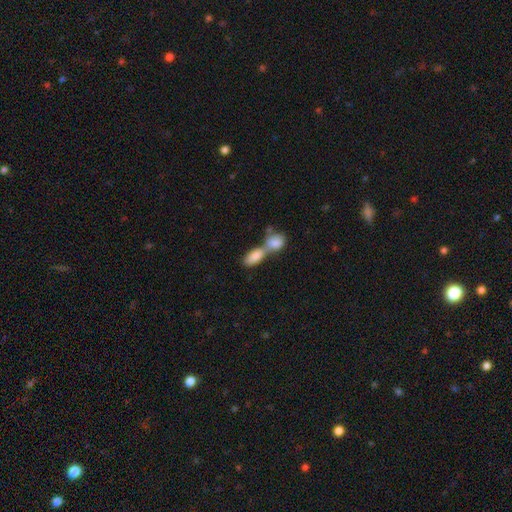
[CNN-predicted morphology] A smooth galaxy with no disk features (83%) that is in between round and cigar-shaped (86%).

Vote fractions:
- Smooth or featured? smooth: 83% / featured or disk: 10% / star or artifact: 6%
- How rounded? in between: 86% / cigar-shaped: 8% / round: 6%
- Merging? merger: 72% / none: 19% / minor disturbance: 6% / major disturbance: 3%